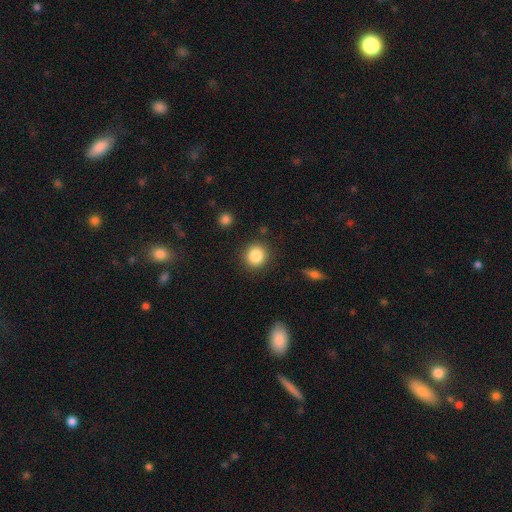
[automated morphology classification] Smooth or featured: smooth — 85% (star or artifact — 9%)
How rounded: round — 89% (in between — 10%)
Merging: none — 89% (minor disturbance — 7%)